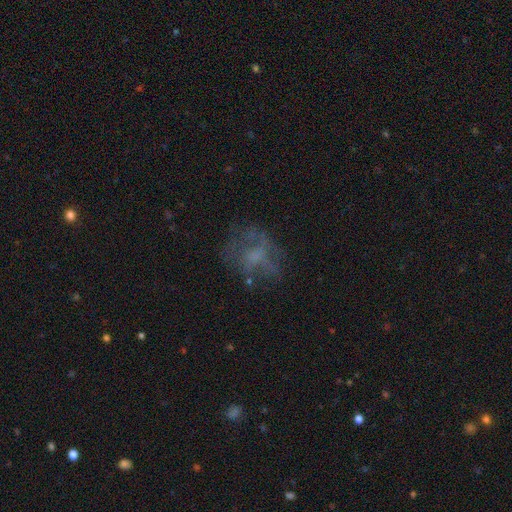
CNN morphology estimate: featured or disk 48%, smooth 34%, star or artifact 18%. Down the decision tree: merging — none (54%).